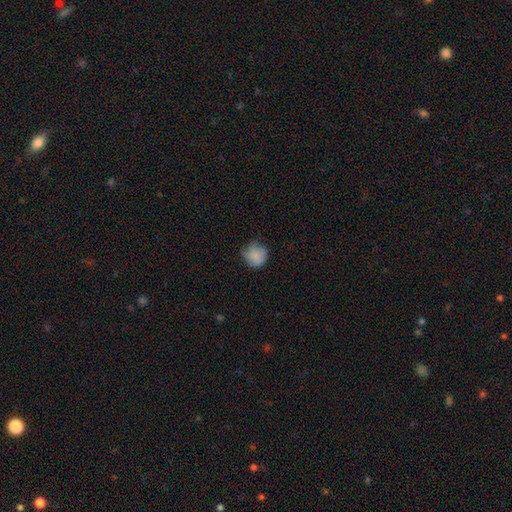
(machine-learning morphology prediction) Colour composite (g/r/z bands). It shows a smooth galaxy with no disk features (80%) that is round (84%). Merging: none (57%).